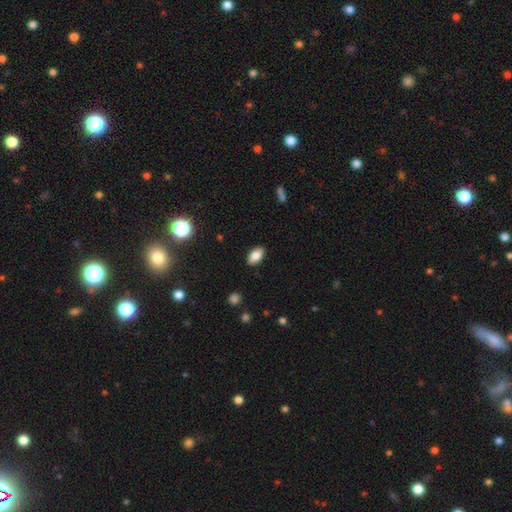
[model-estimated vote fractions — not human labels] Smooth or featured: smooth — 80% (featured or disk — 12%)
How rounded: in between — 92% (round — 4%)
Merging: none — 89% (minor disturbance — 8%)